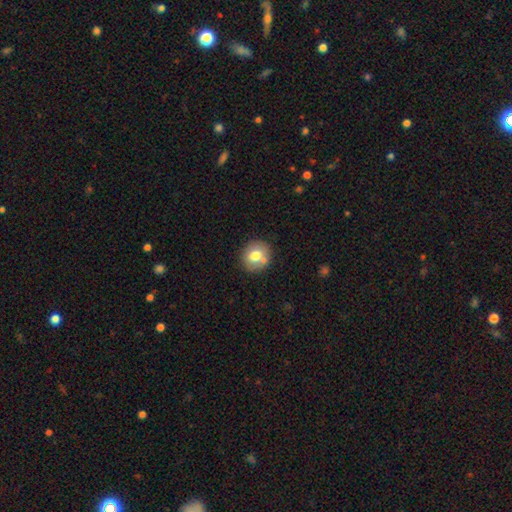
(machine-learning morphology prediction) smooth_or_featured: smooth (p=0.73) [alt: featured or disk p=0.17]
how_rounded: round (p=0.82) [alt: in between p=0.17]
merging: none (p=0.73) [alt: merger p=0.12]